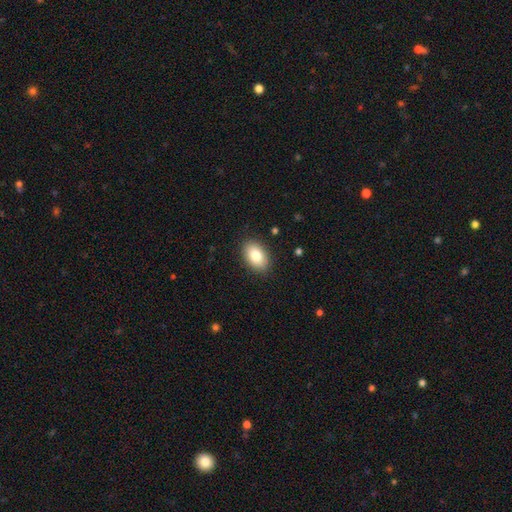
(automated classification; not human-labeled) Smooth or featured? Predicted: smooth (p=0.83). How rounded? Predicted: in between (p=0.89). Merging? Predicted: none (p=0.88).